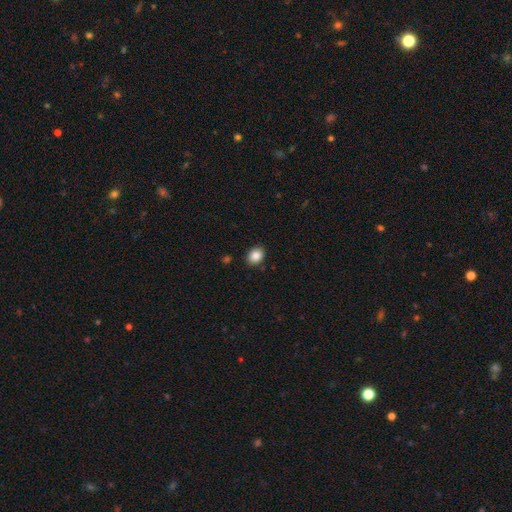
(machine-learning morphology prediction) The model was most divided on "how rounded": in between: 61%, round: 38%, cigar-shaped: 1%. More confident: merging — none (88%); smooth or featured — smooth (86%).